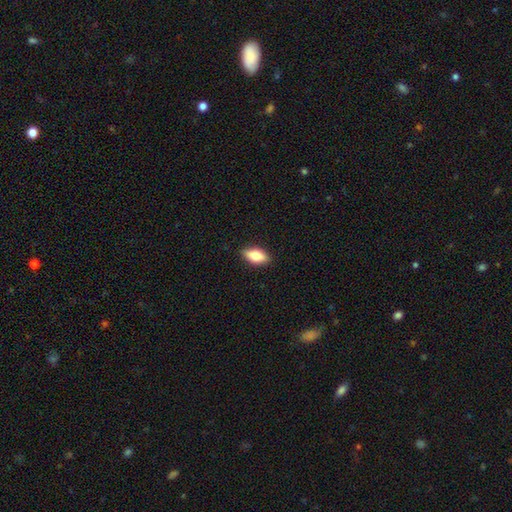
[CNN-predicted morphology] A smooth galaxy with no disk features (75%) that is in between round and cigar-shaped (86%).

Vote fractions:
- Smooth or featured? smooth: 75% / featured or disk: 18% / star or artifact: 7%
- How rounded? in between: 86% / cigar-shaped: 10% / round: 4%
- Merging? none: 88% / minor disturbance: 9% / major disturbance: 2% / merger: 1%